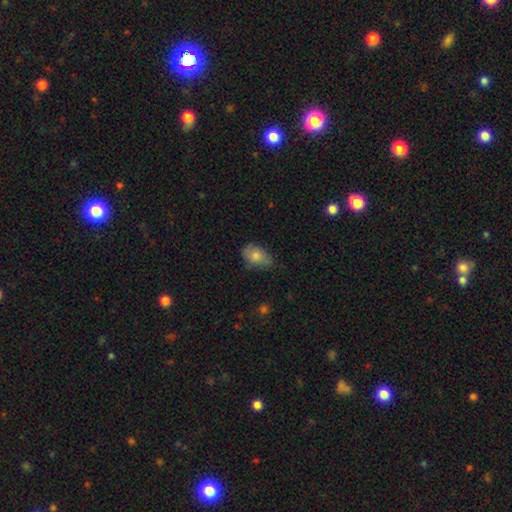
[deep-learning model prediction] Overall: smooth (77%). How rounded: in between (83%). Merging: none (55%; minor disturbance 35%).